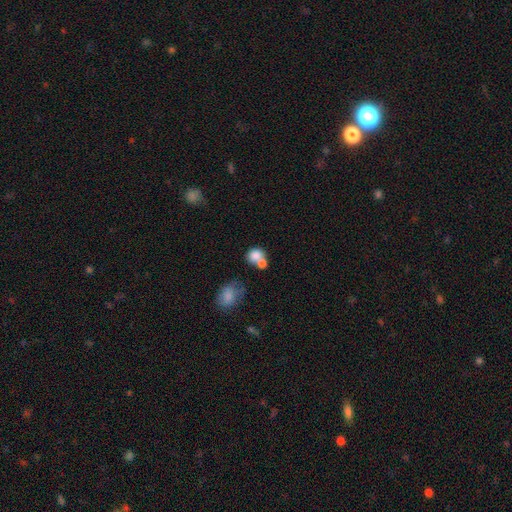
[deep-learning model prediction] The model was most divided on "merging": merger: 49%, none: 34%, minor disturbance: 10%, major disturbance: 6%. More confident: smooth or featured — smooth (80%); how rounded — round (66%).